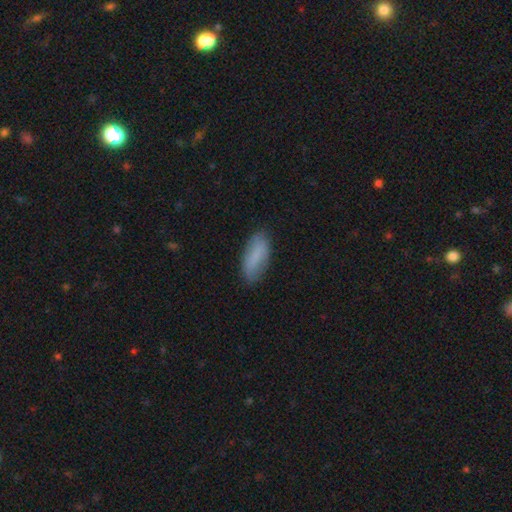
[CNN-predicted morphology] A smooth galaxy with no disk features (78%) that is in between round and cigar-shaped (78%).

Vote fractions:
- Smooth or featured? smooth: 78% / featured or disk: 15% / star or artifact: 7%
- How rounded? in between: 78% / cigar-shaped: 20% / round: 2%
- Merging? none: 79% / minor disturbance: 16% / major disturbance: 3% / merger: 1%